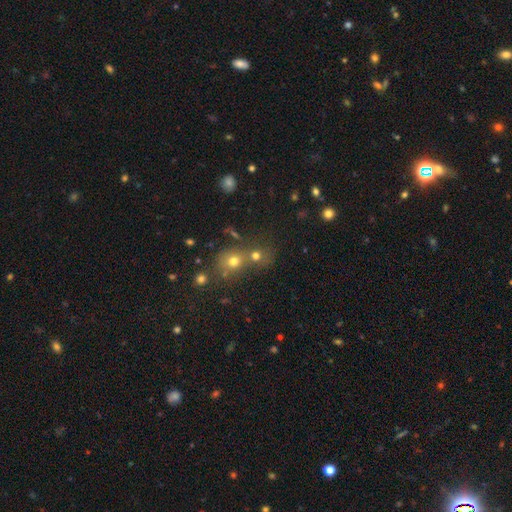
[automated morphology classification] smooth_or_featured: smooth (p=0.68) [alt: star or artifact p=0.19]
how_rounded: round (p=0.78) [alt: in between p=0.21]
merging: merger (p=0.49) [alt: none p=0.40]